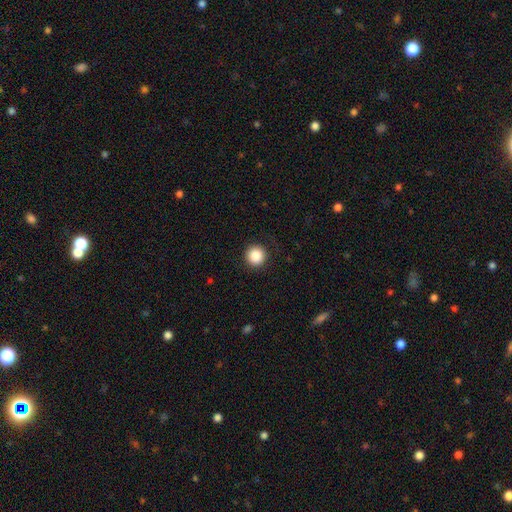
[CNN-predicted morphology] A smooth galaxy with no disk features (87%) that is round (95%).

Vote fractions:
- Smooth or featured? smooth: 87% / star or artifact: 9% / featured or disk: 3%
- How rounded? round: 95% / in between: 4% / cigar-shaped: 1%
- Merging? none: 90% / minor disturbance: 6% / major disturbance: 2% / merger: 1%